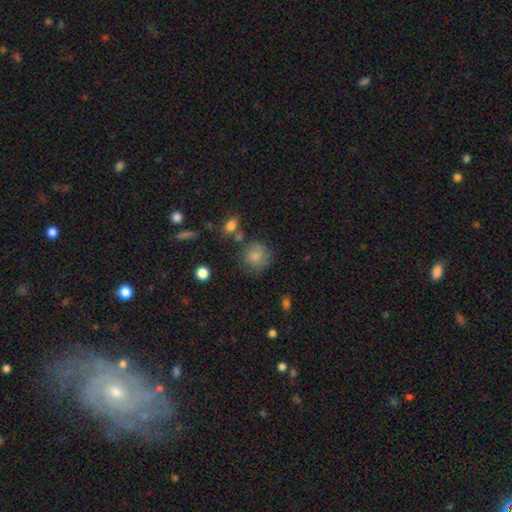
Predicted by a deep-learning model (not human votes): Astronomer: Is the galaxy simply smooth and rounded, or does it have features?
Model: smooth — 76%.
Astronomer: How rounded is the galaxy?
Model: round — 83%.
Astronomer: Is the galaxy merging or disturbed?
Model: none — 65%.